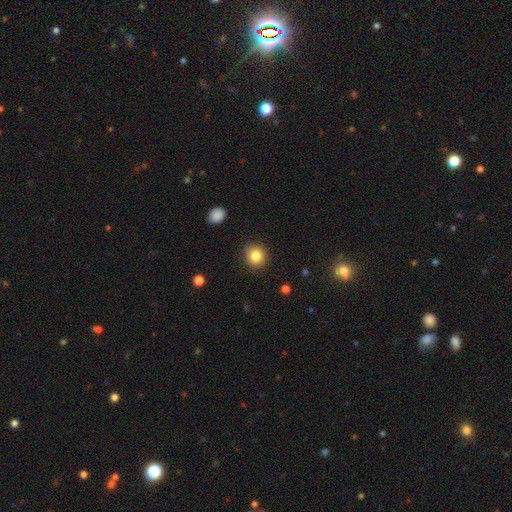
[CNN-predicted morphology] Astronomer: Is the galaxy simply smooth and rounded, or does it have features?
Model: smooth — 84%.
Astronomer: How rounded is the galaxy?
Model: round — 88%.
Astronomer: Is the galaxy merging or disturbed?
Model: none — 90%.